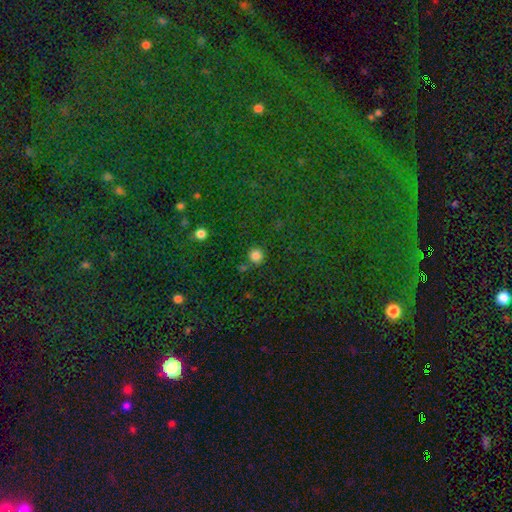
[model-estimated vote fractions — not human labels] A smooth galaxy with no disk features (82%) that is round (92%).

Vote fractions:
- Smooth or featured? smooth: 82% / star or artifact: 13% / featured or disk: 4%
- How rounded? round: 92% / in between: 7% / cigar-shaped: 1%
- Merging? none: 78% / minor disturbance: 10% / merger: 9% / major disturbance: 3%